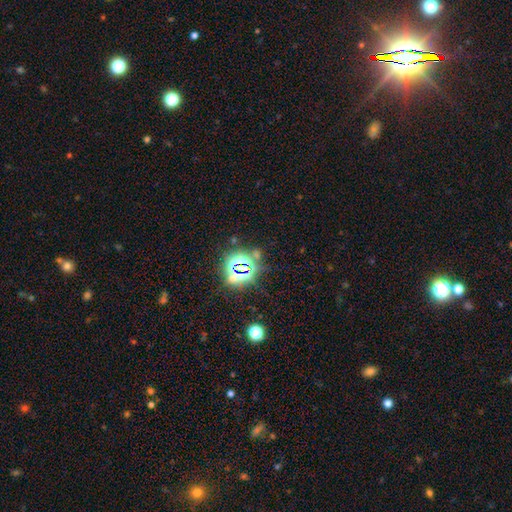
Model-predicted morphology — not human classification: Smooth or featured? Predicted: star or artifact (p=0.78).